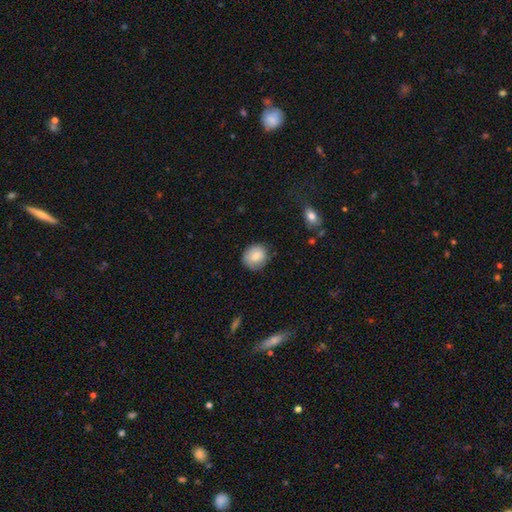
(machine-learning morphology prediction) Smooth or featured: smooth — 83% (featured or disk — 9%)
How rounded: round — 77% (in between — 22%)
Merging: none — 76% (minor disturbance — 19%)